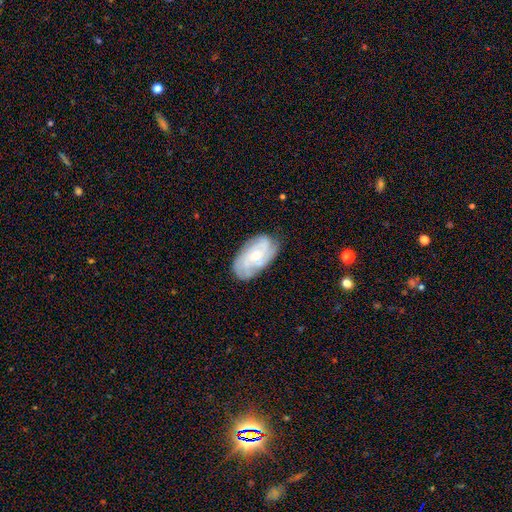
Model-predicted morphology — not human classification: Overall: featured or disk (72%). Edge-on disk: no (96%). Bar: no (69%). Spiral arms: yes (92%). Spiral arm count: can't tell (35%; 3 25%). Spiral winding: tight (56%; medium 34%). Bulge size: small (57%; moderate 37%). Merging: none (74%).